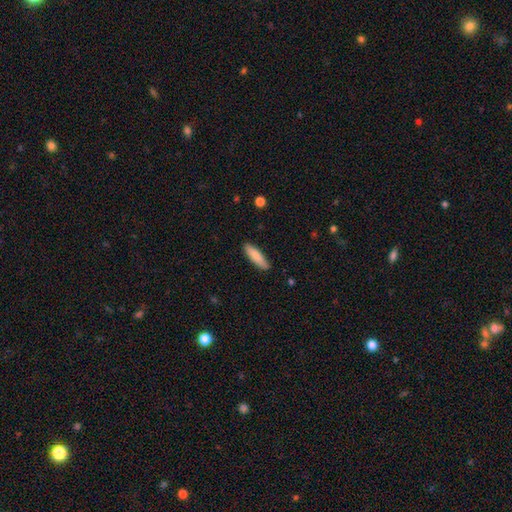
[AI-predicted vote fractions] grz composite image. It shows a smooth galaxy with no disk features (84%) that is cigar-shaped (66%). Merging: none (86%).